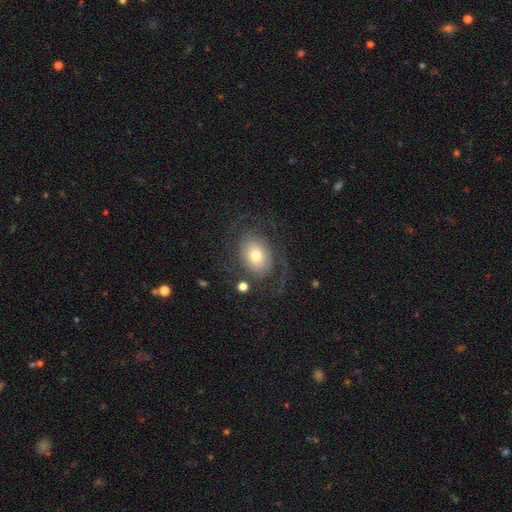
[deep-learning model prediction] Smooth or featured: featured or disk — 71% (smooth — 22%)
Edge-on disk: no — 97% (yes — 3%)
Bar: no — 75% (weak — 19%)
Spiral arms: yes — 90% (no — 10%)
Spiral winding: medium — 40% (tight — 33%)
Spiral arm count: 2 — 63% (can't tell — 14%)
Bulge size: moderate — 59% (small — 19%)
Merging: none — 66% (major disturbance — 18%)